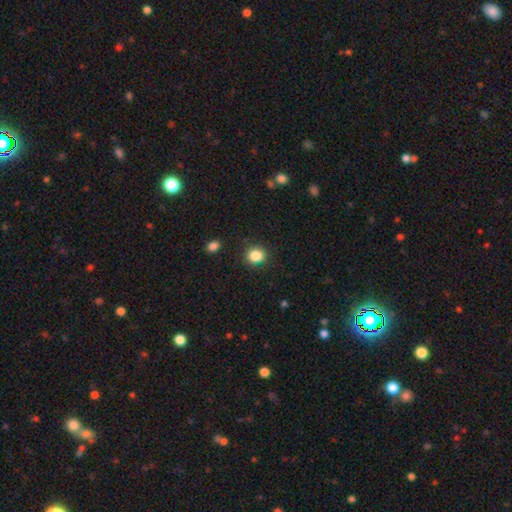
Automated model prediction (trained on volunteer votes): smooth_or_featured: smooth (p=0.85) [alt: star or artifact p=0.11]
how_rounded: round (p=0.82) [alt: in between p=0.17]
merging: none (p=0.88) [alt: minor disturbance p=0.08]